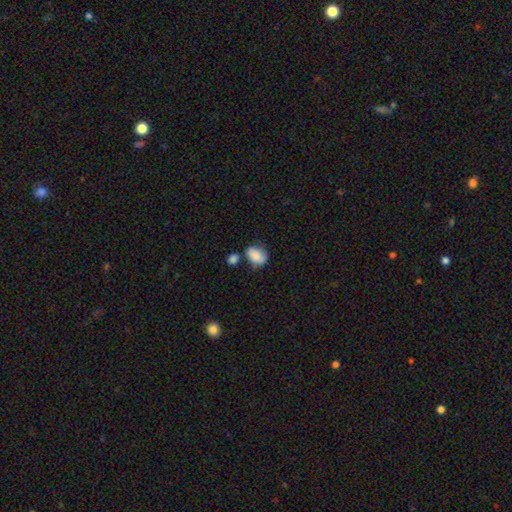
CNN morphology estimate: Smooth or featured? Predicted: smooth (p=0.83). How rounded? Predicted: in between (p=0.77). Merging? Predicted: none (p=0.50).